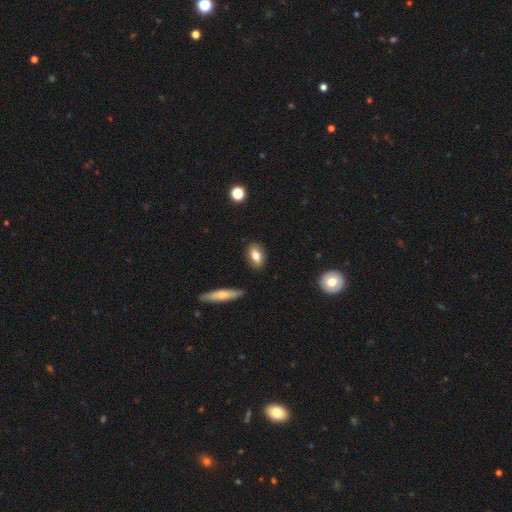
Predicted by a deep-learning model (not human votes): Morphology: type=smooth (78%); roundness=in between (84%); merging=none (86%).